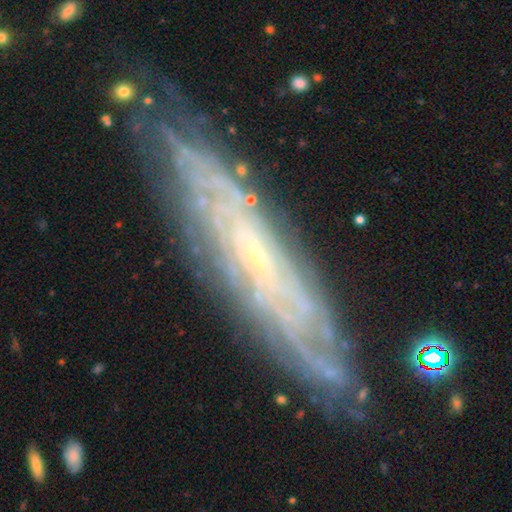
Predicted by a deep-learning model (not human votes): smooth_or_featured: featured or disk (p=0.82) [alt: smooth p=0.11]
disk_edge_on: no (p=0.65) [alt: yes p=0.35]
bar: no (p=0.68) [alt: weak p=0.24]
has_spiral_arms: yes (p=0.92) [alt: no p=0.08]
bulge_size: small (p=0.84) [alt: moderate p=0.10]
merging: none (p=0.82) [alt: minor disturbance p=0.14]